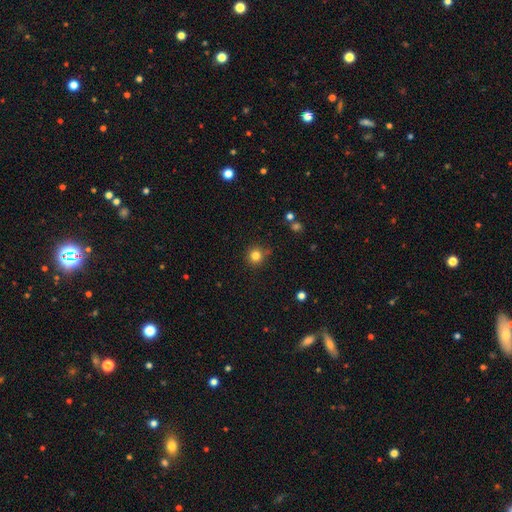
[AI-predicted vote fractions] Smooth or featured?
  - smooth: 81% *
  - star or artifact: 13%
  - featured or disk: 6%
How rounded?
  - round: 93% *
  - in between: 6%
  - cigar-shaped: 1%
Merging?
  - none: 82% *
  - minor disturbance: 11%
  - merger: 4%
  - major disturbance: 3%